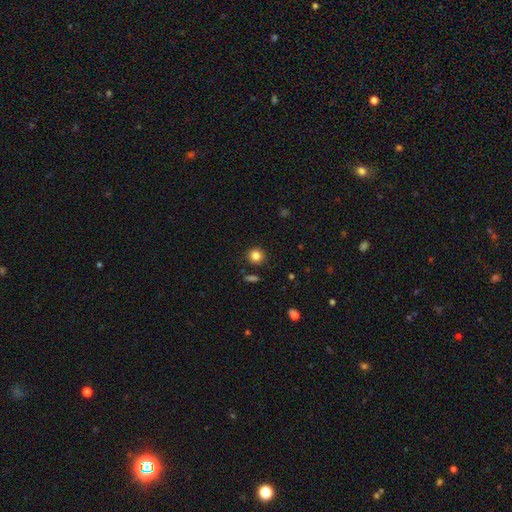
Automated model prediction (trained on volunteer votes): Smooth or featured? smooth (84%)
How rounded? round (90%)
Merging? none (88%)